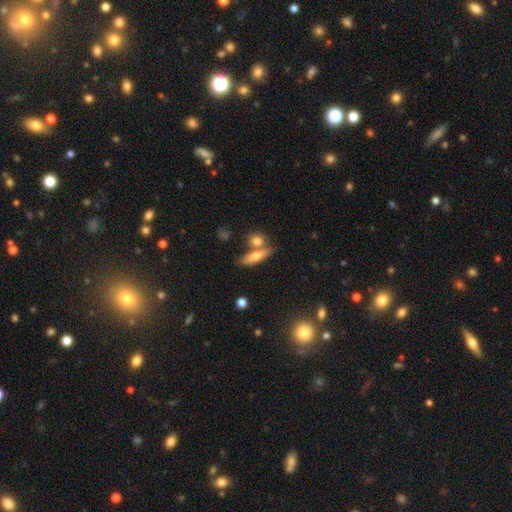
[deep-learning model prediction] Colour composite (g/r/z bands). It shows a smooth galaxy with no disk features (66%) that is cigar-shaped (54%). Merging: none (56%).